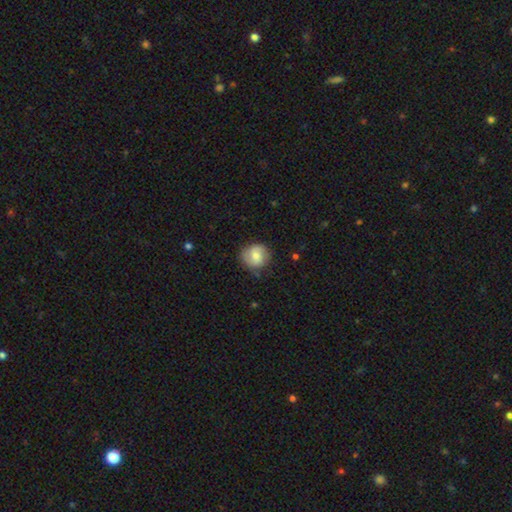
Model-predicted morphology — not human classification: The model was most divided on "smooth or featured": smooth: 64%, featured or disk: 29%, star or artifact: 7%. More confident: how rounded — round (87%); merging — none (79%).